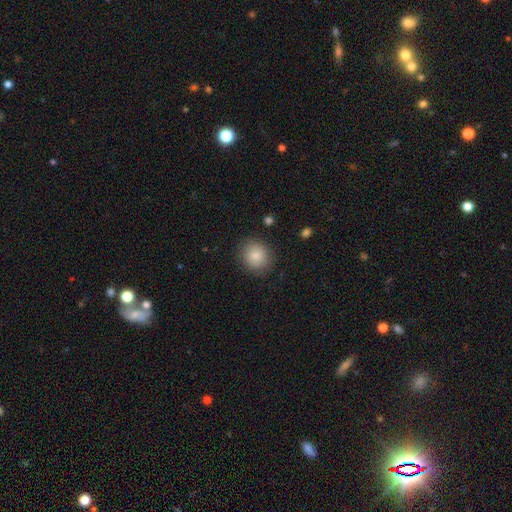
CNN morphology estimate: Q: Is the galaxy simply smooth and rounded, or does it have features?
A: smooth — 85%.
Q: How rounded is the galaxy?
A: round — 85%.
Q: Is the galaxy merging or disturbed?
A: none — 87%.